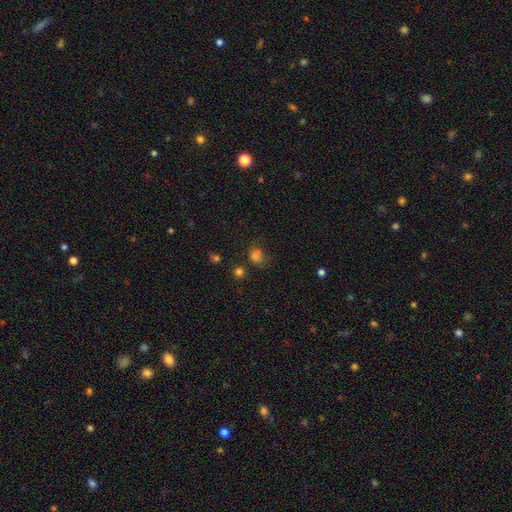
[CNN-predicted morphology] A smooth galaxy with no disk features (76%) that is round (71%).

Vote fractions:
- Smooth or featured? smooth: 76% / star or artifact: 18% / featured or disk: 6%
- How rounded? round: 71% / in between: 28% / cigar-shaped: 1%
- Merging? none: 62% / minor disturbance: 23% / major disturbance: 10% / merger: 5%